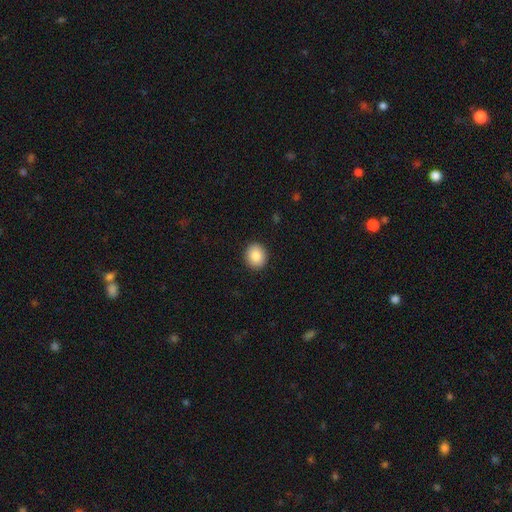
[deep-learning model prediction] Overall: smooth (86%). How rounded: round (75%). Merging: none (92%).